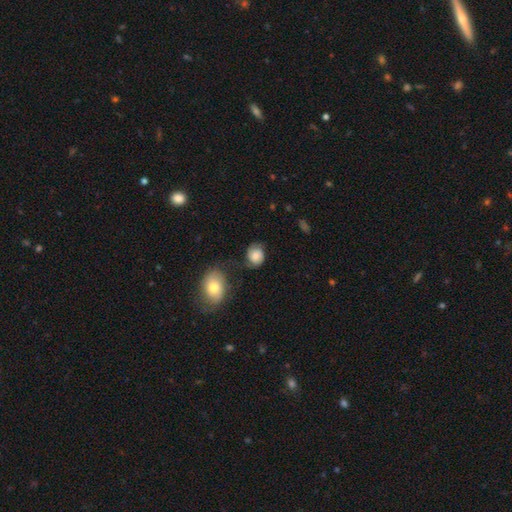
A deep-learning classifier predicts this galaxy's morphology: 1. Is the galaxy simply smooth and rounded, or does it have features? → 57% smooth, 35% featured or disk, 9% star or artifact.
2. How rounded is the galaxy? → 60% round, 39% in between, 1% cigar-shaped.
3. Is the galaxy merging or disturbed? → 58% none, 23% minor disturbance, 11% major disturbance, 8% merger.